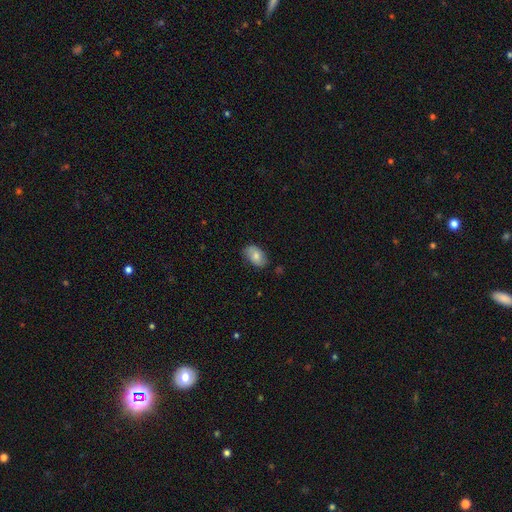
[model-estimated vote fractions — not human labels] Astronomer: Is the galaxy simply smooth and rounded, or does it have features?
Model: smooth — 73%.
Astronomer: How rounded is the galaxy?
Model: in between — 90%.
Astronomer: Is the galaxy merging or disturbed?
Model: none — 76%.